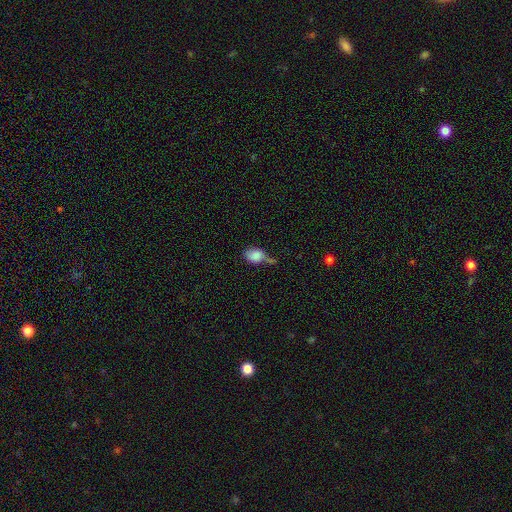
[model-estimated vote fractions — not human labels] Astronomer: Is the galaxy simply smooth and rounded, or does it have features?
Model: smooth — 82%.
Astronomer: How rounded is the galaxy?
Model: in between — 69%.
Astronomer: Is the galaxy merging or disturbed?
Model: none — 32% (runner-up: minor disturbance, 31%).